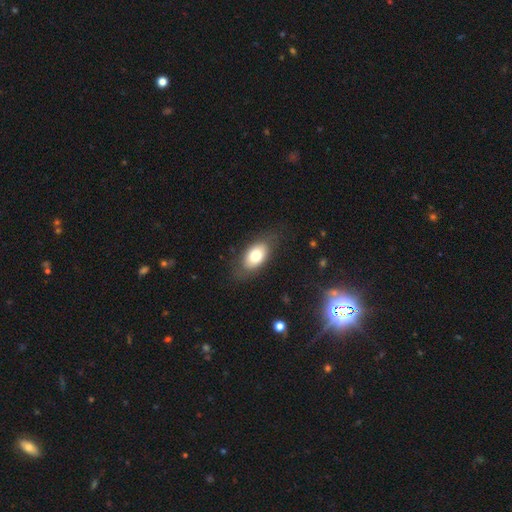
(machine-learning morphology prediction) smooth-or-featured: smooth: 73% | featured or disk: 20% | star or artifact: 7%
  how-rounded: in between: 91% | round: 7% | cigar-shaped: 3%
  merging: none: 79% | minor disturbance: 14% | major disturbance: 5% | merger: 1%